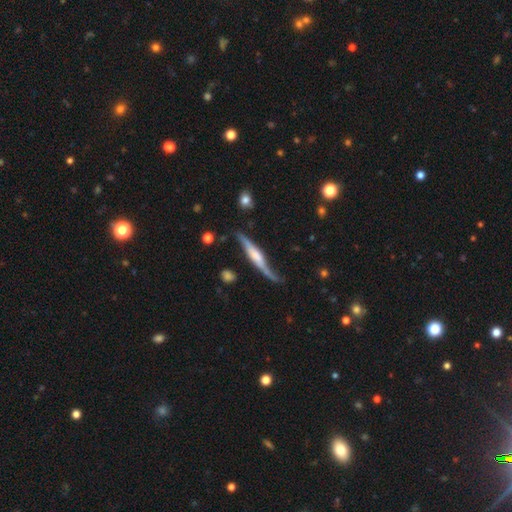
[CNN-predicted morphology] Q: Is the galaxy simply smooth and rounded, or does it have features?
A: featured or disk — 72%.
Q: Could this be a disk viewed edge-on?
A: yes — 80%.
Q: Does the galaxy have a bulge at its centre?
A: rounded — 45%.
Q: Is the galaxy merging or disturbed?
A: none — 59%.